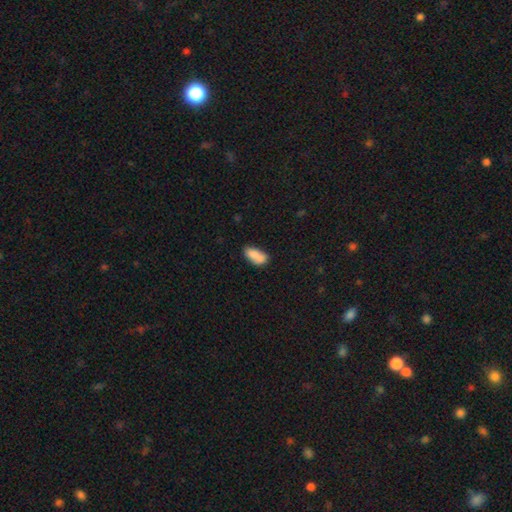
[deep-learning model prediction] This appears to be a smooth galaxy with no disk features (80%) that is in between round and cigar-shaped (87%). Merging: none (48%).